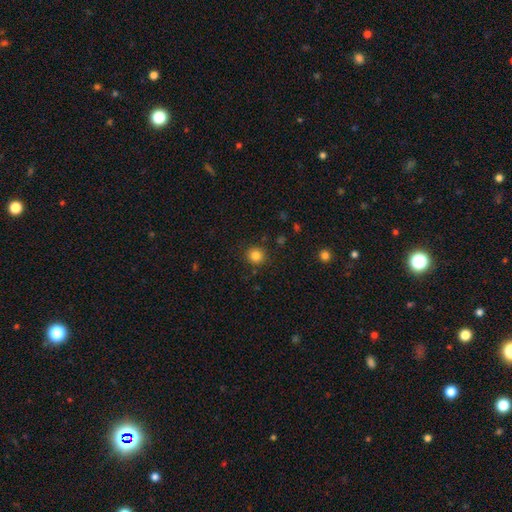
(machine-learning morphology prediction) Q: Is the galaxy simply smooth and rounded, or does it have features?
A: smooth — 83%.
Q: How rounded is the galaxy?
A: round — 91%.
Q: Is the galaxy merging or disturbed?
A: none — 89%.